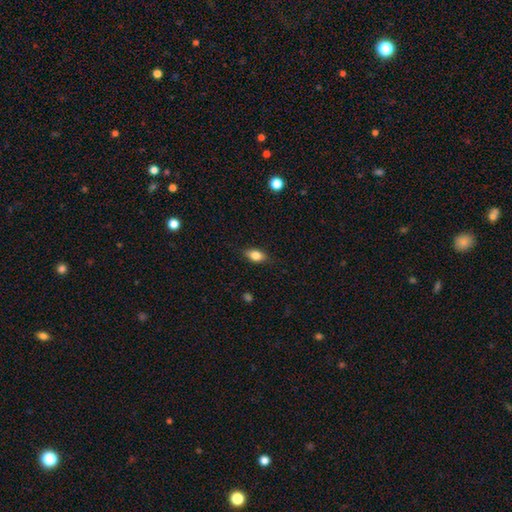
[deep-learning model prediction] A smooth galaxy with no disk features (81%) that is in between round and cigar-shaped (84%). Merging: none (84%).